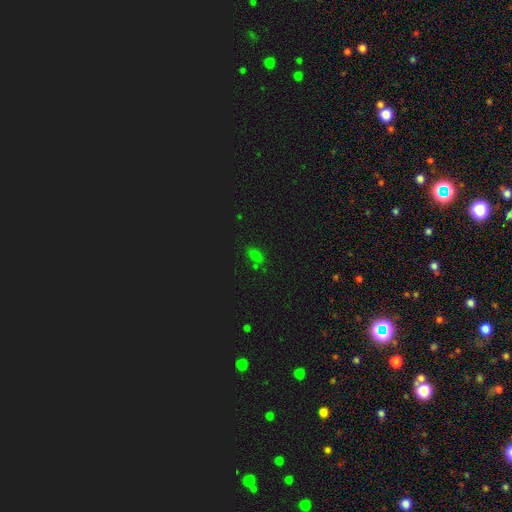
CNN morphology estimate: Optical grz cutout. It shows a smooth galaxy with no disk features (59%) that is in between round and cigar-shaped (74%). Merging: none (72%).